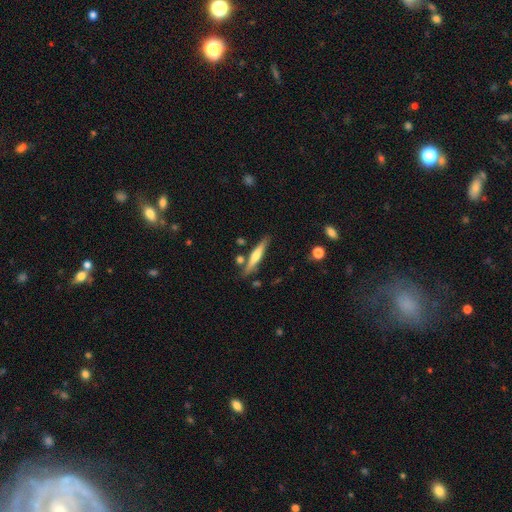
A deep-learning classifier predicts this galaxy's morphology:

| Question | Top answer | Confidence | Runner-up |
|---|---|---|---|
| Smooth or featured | featured or disk | 47% | tied: smooth (47%) |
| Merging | none | 79% | minor disturbance (11%) |